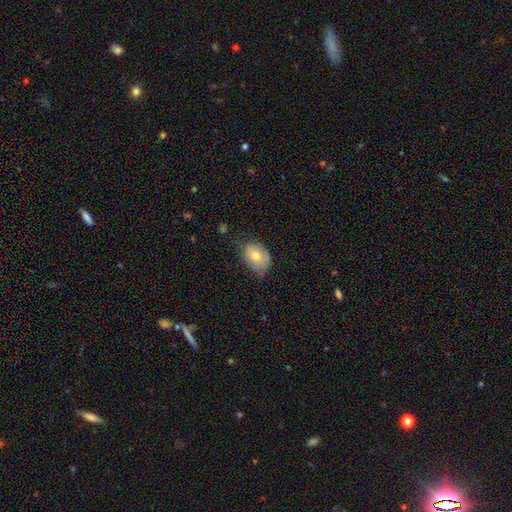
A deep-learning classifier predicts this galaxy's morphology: Smooth or featured?
  - smooth: 70% *
  - featured or disk: 23%
  - star or artifact: 8%
How rounded?
  - in between: 73% *
  - round: 25%
  - cigar-shaped: 1%
Merging?
  - none: 52% *
  - minor disturbance: 36%
  - major disturbance: 10%
  - merger: 2%